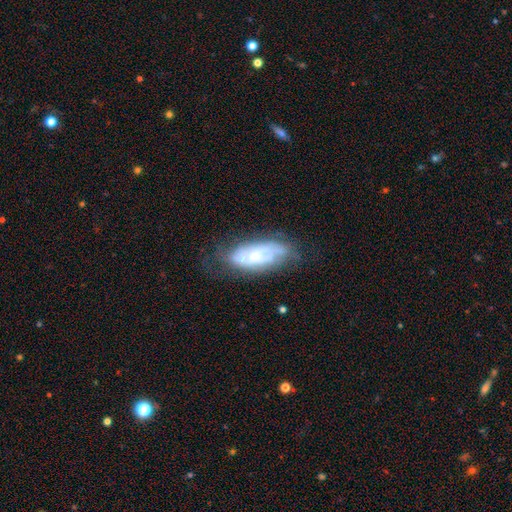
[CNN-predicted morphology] Smooth or featured: featured or disk — 64% (smooth — 29%)
Edge-on disk: no — 89% (yes — 11%)
Bar: no — 69% (weak — 25%)
Spiral arms: yes — 77% (no — 23%)
Bulge size: small — 56% (moderate — 36%)
Merging: none — 59% (minor disturbance — 27%)